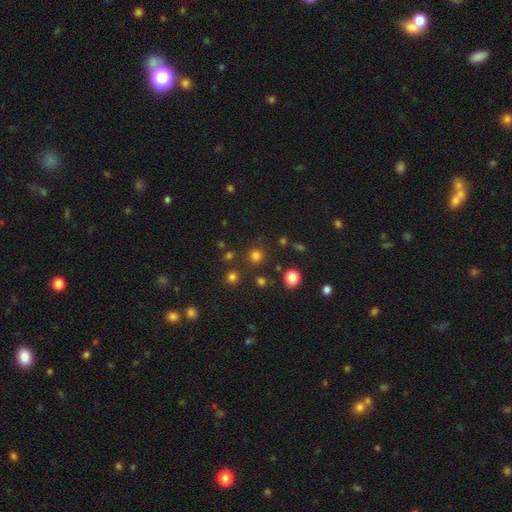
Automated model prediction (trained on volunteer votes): smooth_or_featured: smooth (p=0.76) [alt: star or artifact p=0.19]
how_rounded: round (p=0.92) [alt: in between p=0.07]
merging: none (p=0.84) [alt: minor disturbance p=0.07]